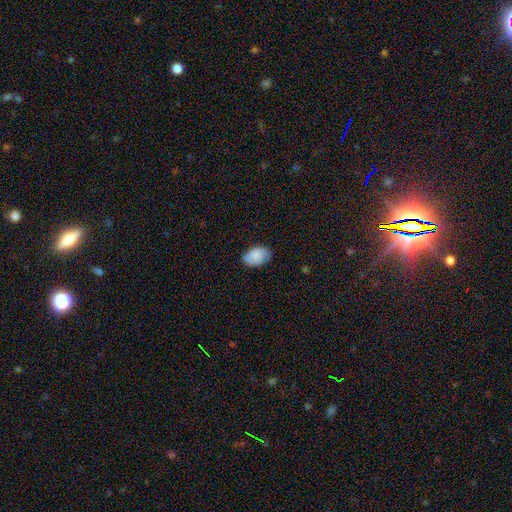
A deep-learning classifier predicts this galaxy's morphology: Smooth or featured? Predicted: smooth (p=0.80). How rounded? Predicted: in between (p=0.88). Merging? Predicted: none (p=0.72).